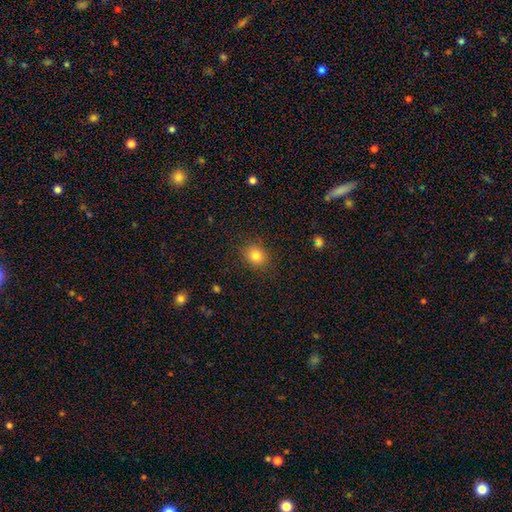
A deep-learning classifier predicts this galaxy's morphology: This is clearly a smooth galaxy (82%). How rounded: likely round (67%). Merging: clearly none (87%).